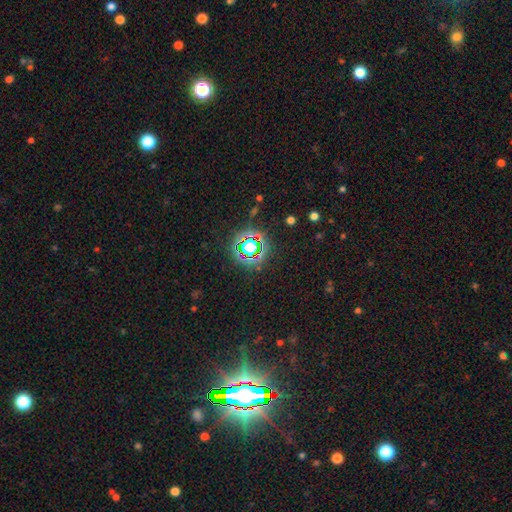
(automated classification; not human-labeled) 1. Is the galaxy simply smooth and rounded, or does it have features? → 84% star or artifact, 9% smooth, 7% featured or disk.